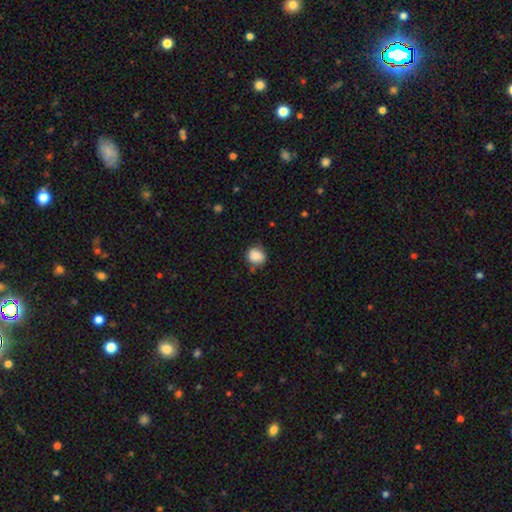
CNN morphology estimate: Q: Smooth or featured?
A: smooth (87%); runner-up: star or artifact (9%)
Q: How rounded?
A: round (69%); runner-up: in between (30%)
Q: Merging?
A: none (73%); runner-up: minor disturbance (19%)